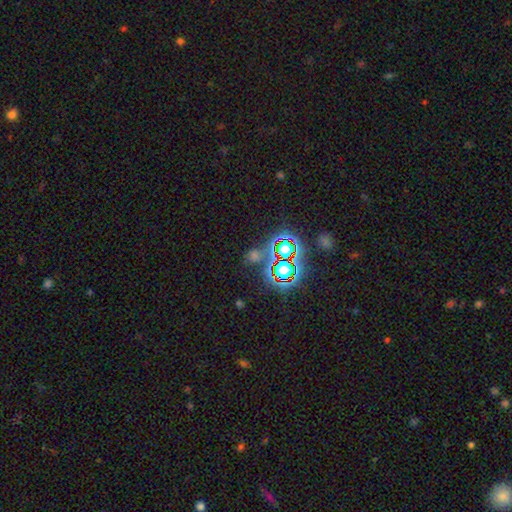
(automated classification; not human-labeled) Q: Smooth or featured?
A: star or artifact (67%); runner-up: smooth (24%)